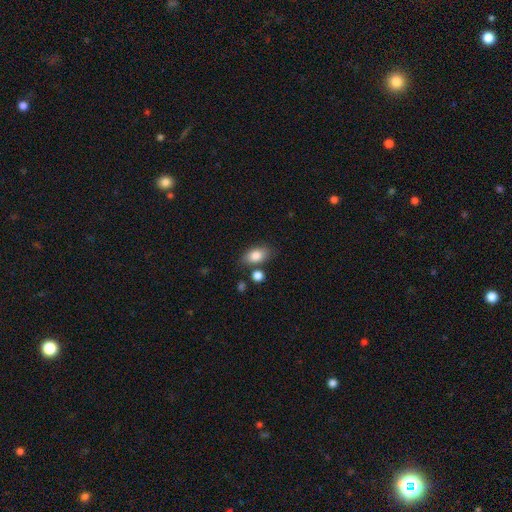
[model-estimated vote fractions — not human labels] Overall: smooth (83%). How rounded: in between (85%). Merging: none (71%).